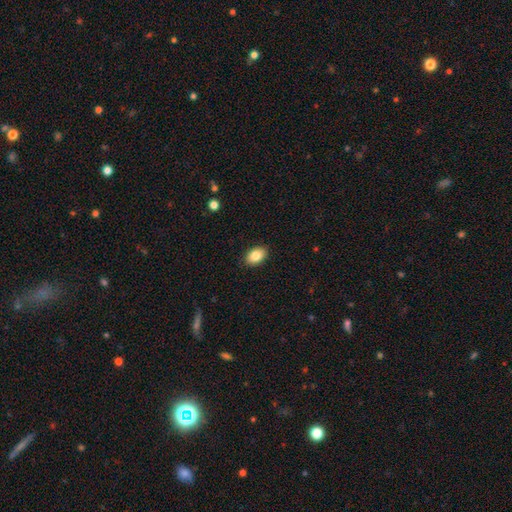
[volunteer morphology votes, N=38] Smooth or featured?
  - smooth: 84% *
  - featured or disk: 8%
  - star or artifact: 8%
How rounded?
  - in between: 78% *
  - round: 22%
  - cigar-shaped: 0%
Merging?
  - none: 89% *
  - minor disturbance: 6%
  - major disturbance: 3%
  - merger: 3%